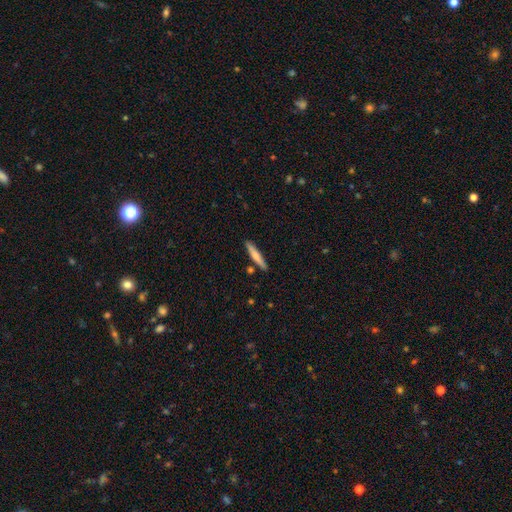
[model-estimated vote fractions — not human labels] smooth 63%, featured or disk 31%, star or artifact 5%. Down the decision tree: how rounded — cigar-shaped (92%); merging — none (86%).